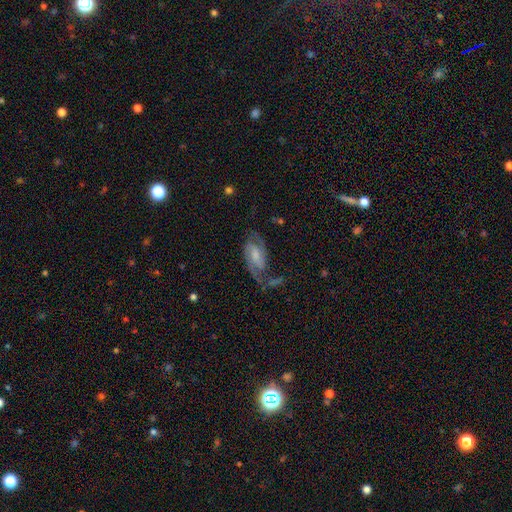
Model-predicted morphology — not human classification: type=featured or disk (81%); edge-on=no (96%); bar=weak (48%); spiral arms=yes (95%); winding=medium (50%); arm count=2 (87%); bulge=moderate (36%); merging=none (55%).